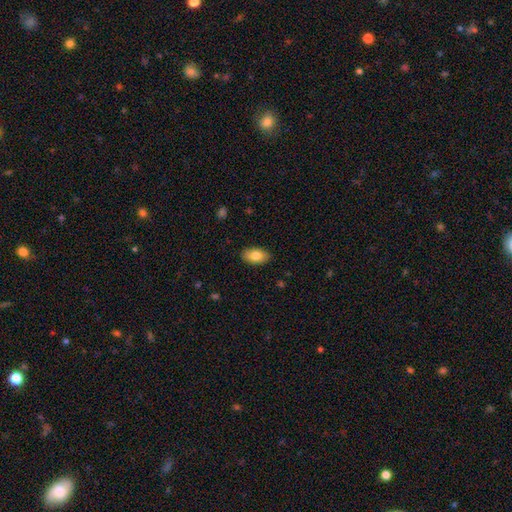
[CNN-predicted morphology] Q: Smooth or featured?
A: smooth (82%); runner-up: featured or disk (12%)
Q: How rounded?
A: in between (93%); runner-up: round (5%)
Q: Merging?
A: none (88%); runner-up: minor disturbance (9%)